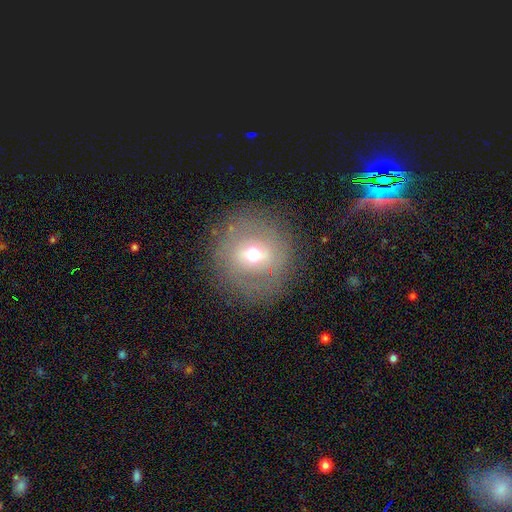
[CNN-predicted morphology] smooth 45%, featured or disk 42%, star or artifact 13%. Down the decision tree: merging — none (83%).